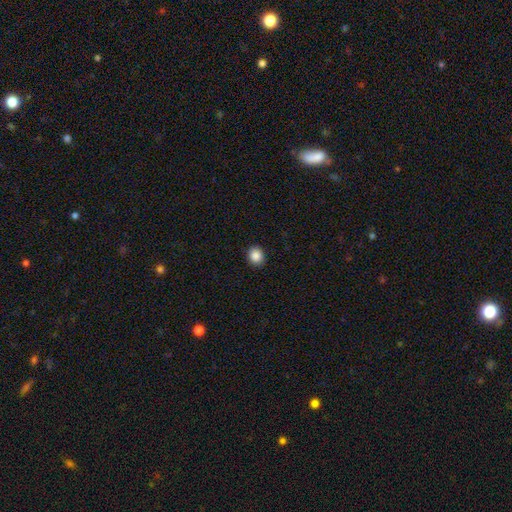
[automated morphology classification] Smooth or featured? smooth (87%)
How rounded? round (66%)
Merging? none (91%)